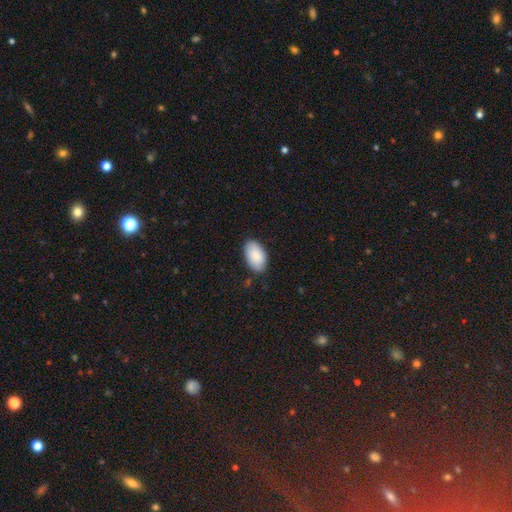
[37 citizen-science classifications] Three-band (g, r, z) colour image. It shows a smooth galaxy with no disk features (84%) that is in between round and cigar-shaped (97%). Merging: none (86%).